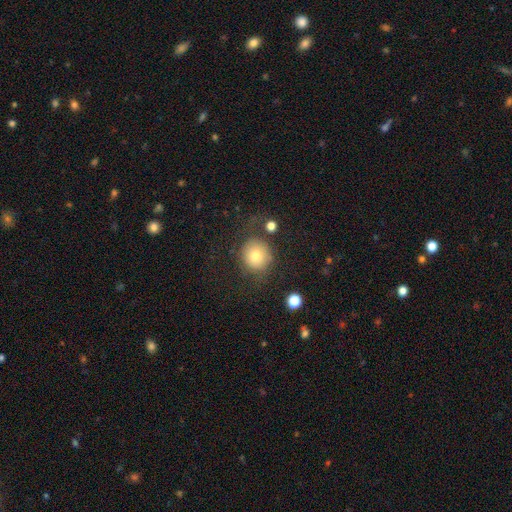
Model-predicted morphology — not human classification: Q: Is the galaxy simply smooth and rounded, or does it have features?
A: smooth — 76%.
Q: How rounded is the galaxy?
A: round — 90%.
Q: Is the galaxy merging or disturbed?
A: none — 71%.